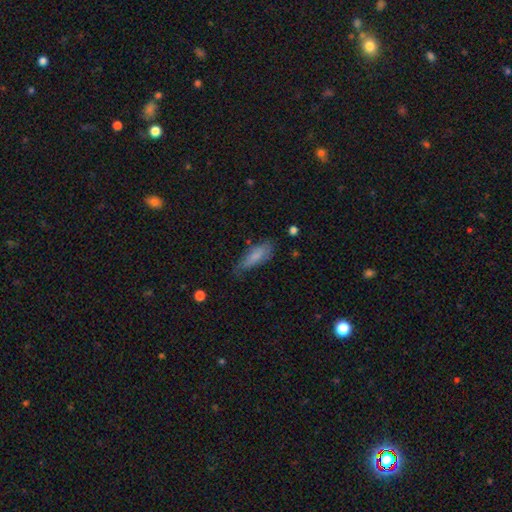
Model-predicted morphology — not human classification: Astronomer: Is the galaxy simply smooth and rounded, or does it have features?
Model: smooth — 78%.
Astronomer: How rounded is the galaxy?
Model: in between — 52% (runner-up: cigar-shaped, 46%).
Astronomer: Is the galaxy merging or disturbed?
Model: none — 61%.